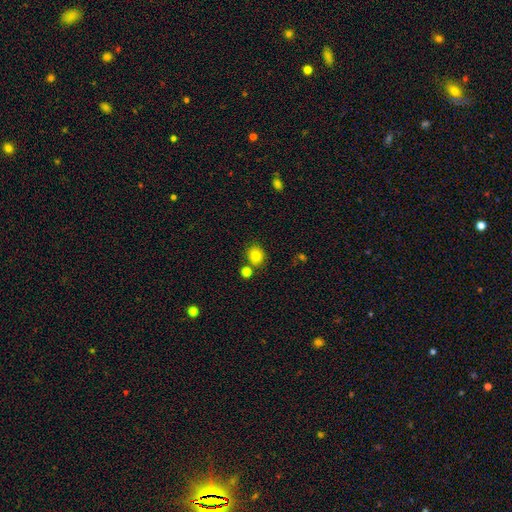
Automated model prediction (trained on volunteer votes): Smooth or featured? smooth (82%)
How rounded? round (77%)
Merging? none (76%)